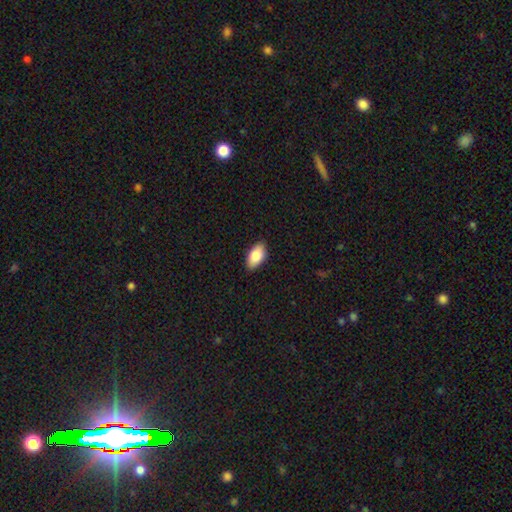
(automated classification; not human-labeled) Smooth or featured?
  - smooth: 83% *
  - featured or disk: 10%
  - star or artifact: 7%
How rounded?
  - in between: 94% *
  - round: 3%
  - cigar-shaped: 3%
Merging?
  - none: 89% *
  - minor disturbance: 9%
  - major disturbance: 2%
  - merger: 1%